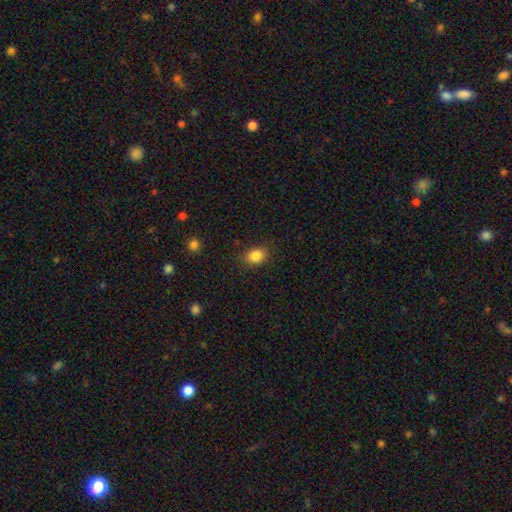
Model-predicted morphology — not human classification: Smooth or featured? smooth (86%)
How rounded? in between (60%)
Merging? none (84%)